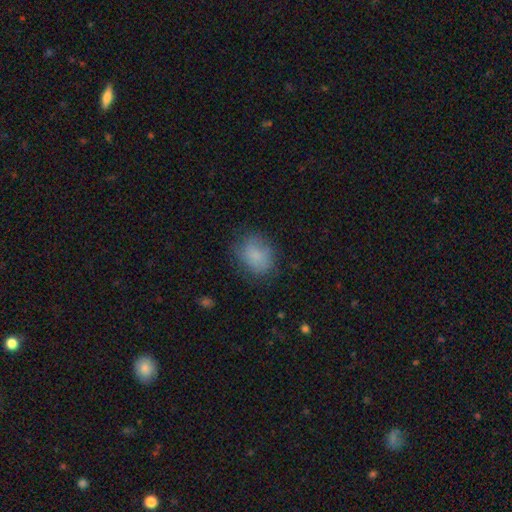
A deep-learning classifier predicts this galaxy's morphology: Smooth or featured? smooth (81%)
How rounded? in between (57%)
Merging? none (69%)